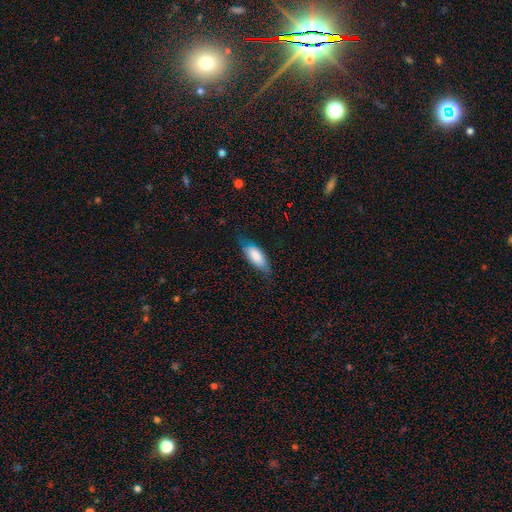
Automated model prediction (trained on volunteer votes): Morphology: type=smooth (75%); roundness=in between (80%); merging=none (59%).